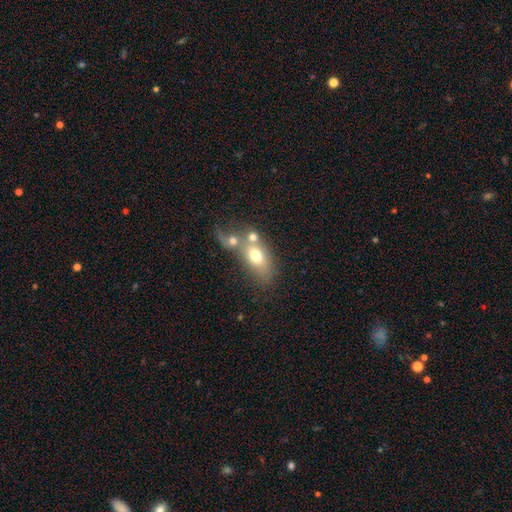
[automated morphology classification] type=smooth (65%); roundness=in between (76%); merging=merger (53%).